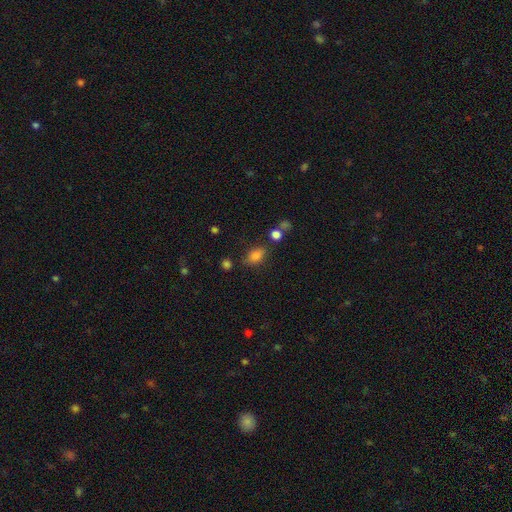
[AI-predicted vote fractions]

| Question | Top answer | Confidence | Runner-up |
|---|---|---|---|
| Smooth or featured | smooth | 81% | star or artifact (12%) |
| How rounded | in between | 82% | round (15%) |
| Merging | none | 70% | minor disturbance (18%) |